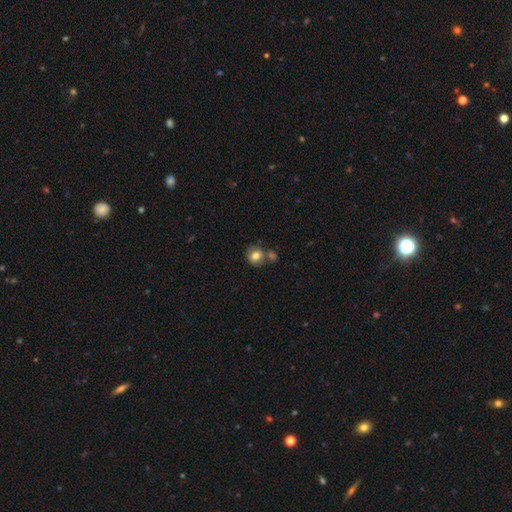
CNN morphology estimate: This appears to be a smooth galaxy with no disk features (80%) that is round (74%). Merging: none (52%).